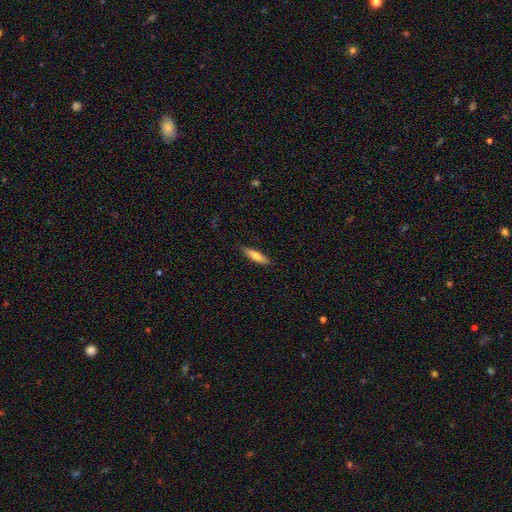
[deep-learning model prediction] smooth_or_featured: smooth (p=0.70) [alt: featured or disk p=0.24]
how_rounded: cigar-shaped (p=0.75) [alt: in between p=0.24]
merging: none (p=0.86) [alt: minor disturbance p=0.11]